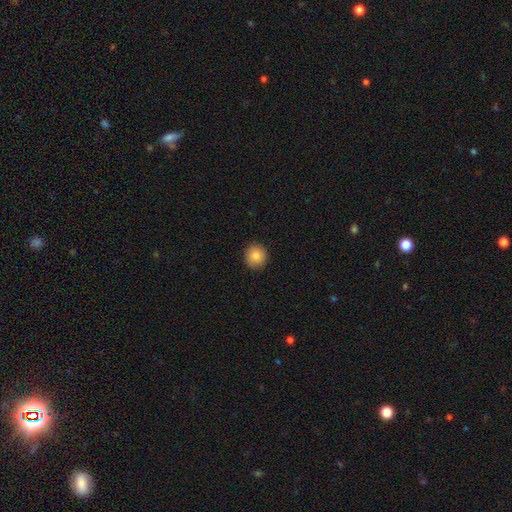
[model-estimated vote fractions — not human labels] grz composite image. It shows a smooth galaxy with no disk features (85%) that is round (90%). Merging: none (91%).